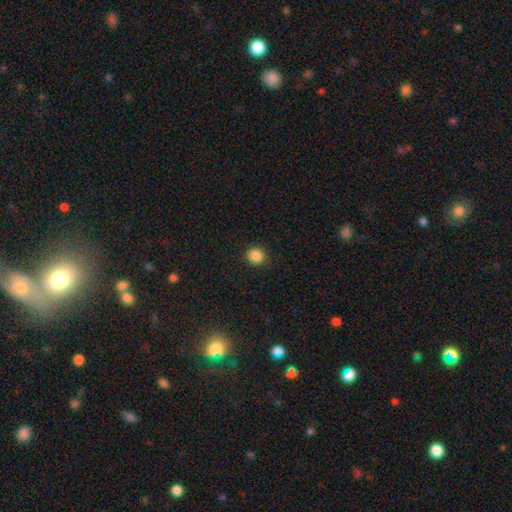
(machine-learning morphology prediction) Q: Smooth or featured?
A: smooth (87%); runner-up: star or artifact (10%)
Q: How rounded?
A: round (90%); runner-up: in between (10%)
Q: Merging?
A: none (91%); runner-up: minor disturbance (6%)